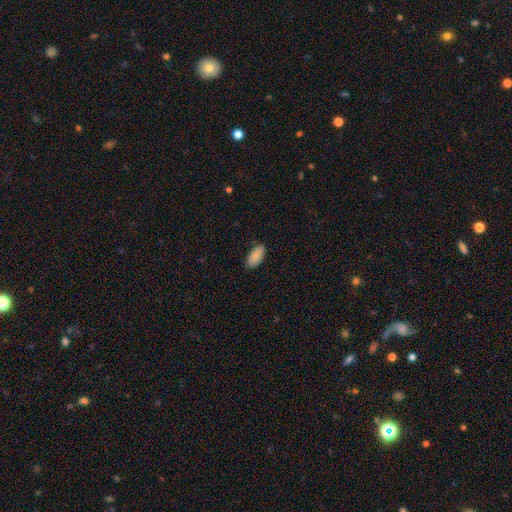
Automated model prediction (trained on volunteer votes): smooth-or-featured: smooth: 86% | featured or disk: 8% | star or artifact: 6%
  how-rounded: in between: 94% | cigar-shaped: 4% | round: 2%
  merging: none: 85% | minor disturbance: 12% | major disturbance: 2% | merger: 1%